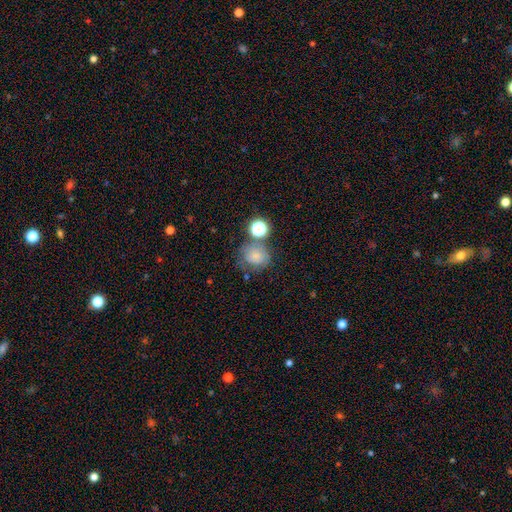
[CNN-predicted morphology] Smooth or featured: smooth — 69% (star or artifact — 16%)
How rounded: round — 78% (in between — 21%)
Merging: none — 56% (minor disturbance — 18%)